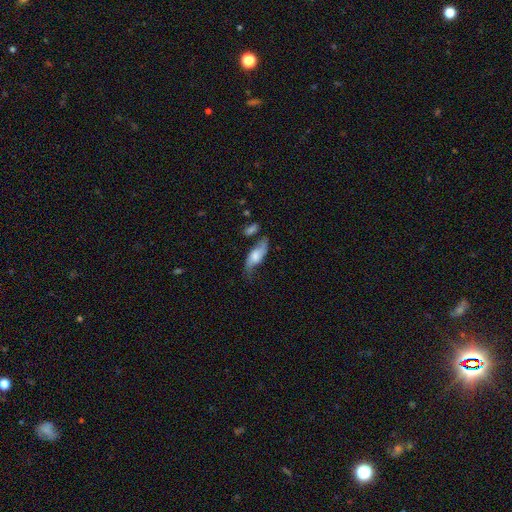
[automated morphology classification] type=featured or disk (53%); edge-on=no (78%); merging=none (48%).